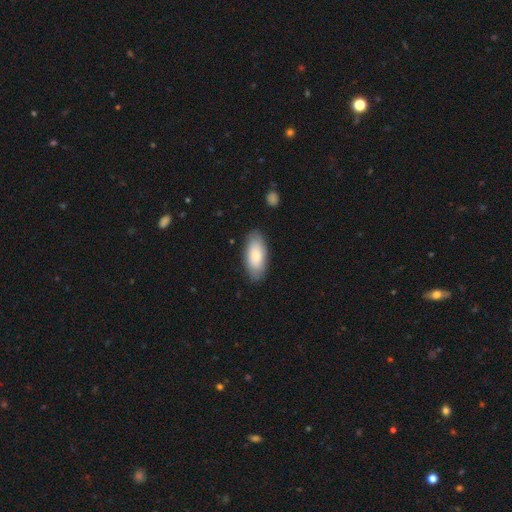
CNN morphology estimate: smooth-or-featured: smooth: 81% | featured or disk: 14% | star or artifact: 5%
  how-rounded: in between: 88% | cigar-shaped: 10% | round: 2%
  merging: none: 84% | minor disturbance: 12% | major disturbance: 3% | merger: 1%